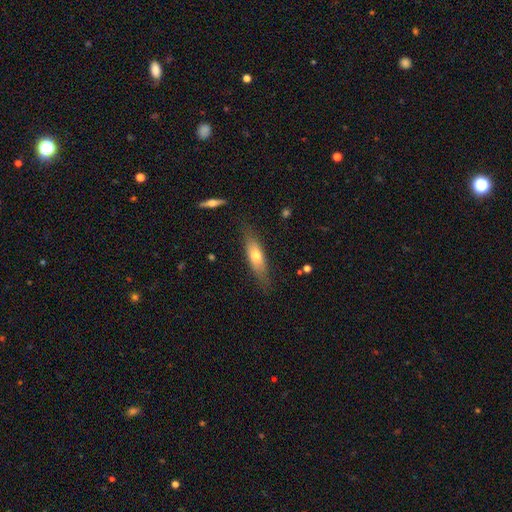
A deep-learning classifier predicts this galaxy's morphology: smooth 61%, featured or disk 33%, star or artifact 7%. Down the decision tree: how rounded — cigar-shaped (50%); merging — none (77%).